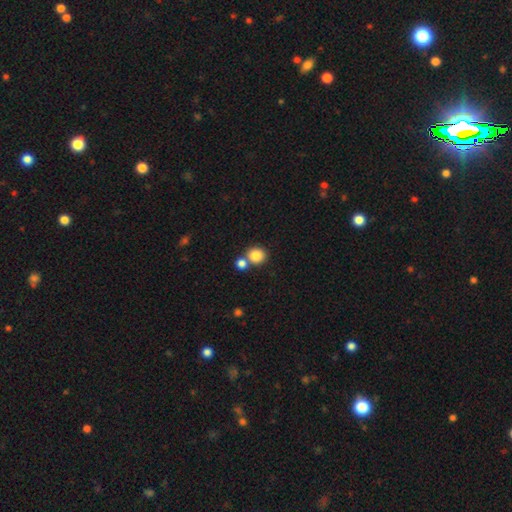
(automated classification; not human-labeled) The model was most divided on "merging": none: 59%, merger: 31%, minor disturbance: 7%, major disturbance: 3%. More confident: how rounded — round (86%); smooth or featured — smooth (85%).